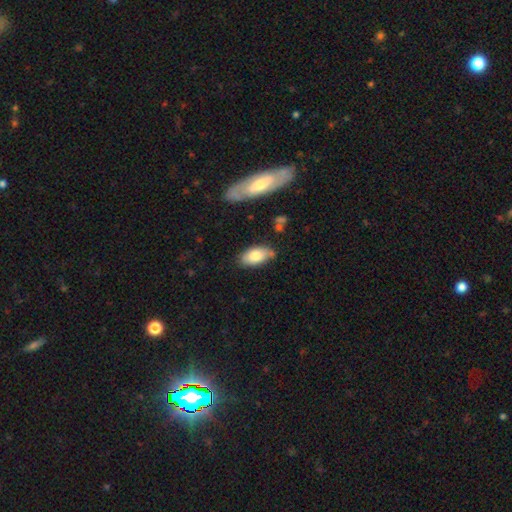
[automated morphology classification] The model was most divided on "merging": none: 73%, minor disturbance: 19%, merger: 4%, major disturbance: 4%. More confident: how rounded — in between (93%); smooth or featured — smooth (79%).